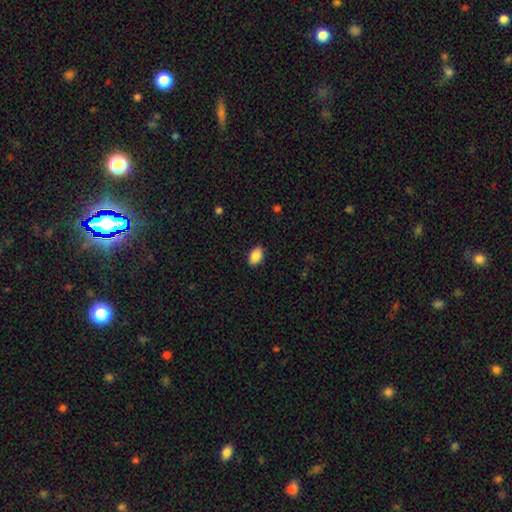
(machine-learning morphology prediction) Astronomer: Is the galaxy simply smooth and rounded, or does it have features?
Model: smooth — 87%.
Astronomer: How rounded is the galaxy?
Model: in between — 89%.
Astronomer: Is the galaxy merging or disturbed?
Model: none — 87%.